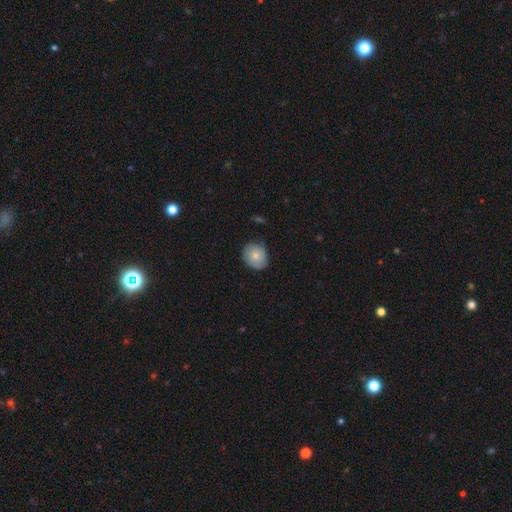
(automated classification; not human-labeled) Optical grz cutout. It shows a smooth galaxy with no disk features (75%) that is round (65%). Merging: none (73%).